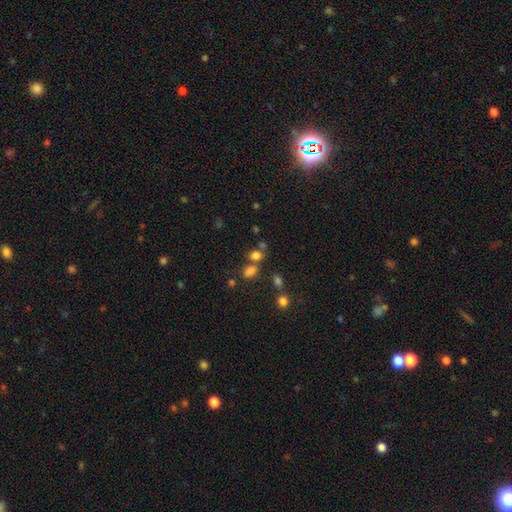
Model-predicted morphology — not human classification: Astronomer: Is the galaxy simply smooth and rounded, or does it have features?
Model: smooth — 73%.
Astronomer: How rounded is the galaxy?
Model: in between — 61% (runner-up: round, 38%).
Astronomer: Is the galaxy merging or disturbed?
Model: none — 54% (runner-up: merger, 30%).